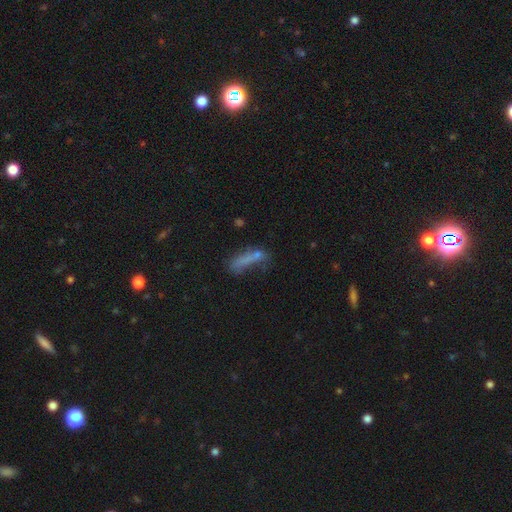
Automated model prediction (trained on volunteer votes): A smooth galaxy with no disk features (60%) that is cigar-shaped (63%).

Vote fractions:
- Smooth or featured? smooth: 60% / featured or disk: 23% / star or artifact: 18%
- How rounded? cigar-shaped: 63% / in between: 33% / round: 4%
- Merging? none: 38% / major disturbance: 25% / minor disturbance: 21% / merger: 16%